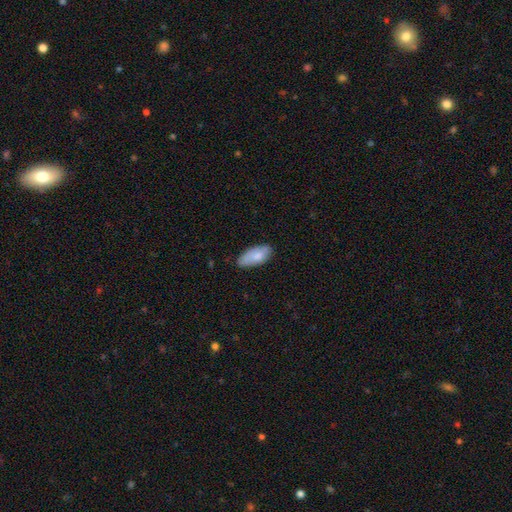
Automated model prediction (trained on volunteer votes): Q: Smooth or featured?
A: smooth (81%); runner-up: featured or disk (13%)
Q: How rounded?
A: in between (88%); runner-up: cigar-shaped (10%)
Q: Merging?
A: none (70%); runner-up: minor disturbance (24%)